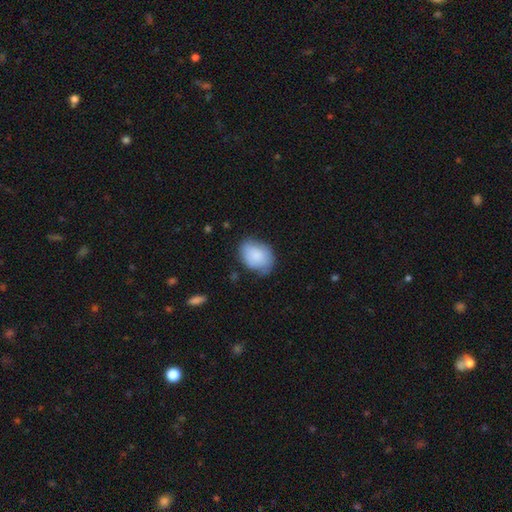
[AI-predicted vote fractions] smooth_or_featured: smooth (p=0.82) [alt: featured or disk p=0.11]
how_rounded: in between (p=0.72) [alt: round p=0.27]
merging: none (p=0.62) [alt: minor disturbance p=0.29]